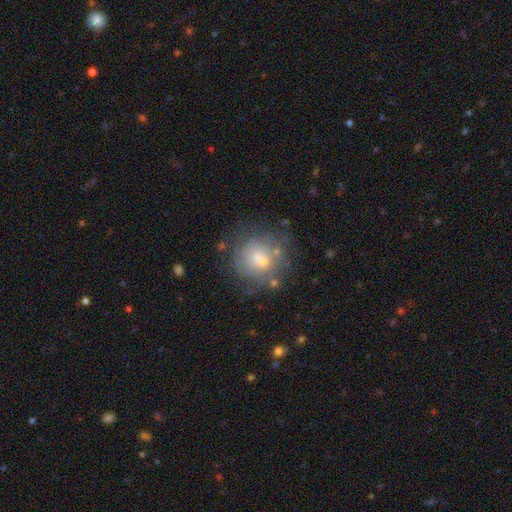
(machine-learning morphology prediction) Smooth or featured: smooth — 50% (featured or disk — 40%)
Merging: none — 54% (minor disturbance — 19%)